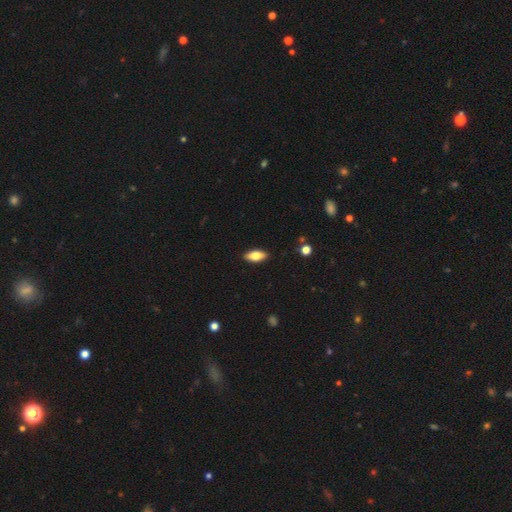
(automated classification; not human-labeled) smooth 73%, featured or disk 21%, star or artifact 7%. Down the decision tree: how rounded — in between (84%); merging — none (89%).